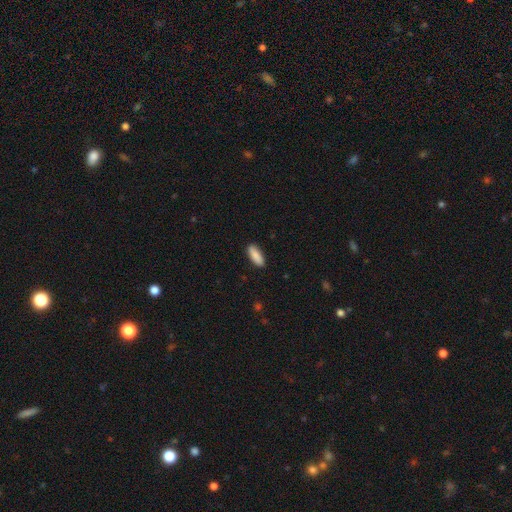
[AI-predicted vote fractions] A smooth galaxy with no disk features (89%) that is in between round and cigar-shaped (70%).

Vote fractions:
- Smooth or featured? smooth: 89% / star or artifact: 6% / featured or disk: 5%
- How rounded? in between: 70% / cigar-shaped: 29% / round: 2%
- Merging? none: 89% / minor disturbance: 8% / major disturbance: 2% / merger: 1%